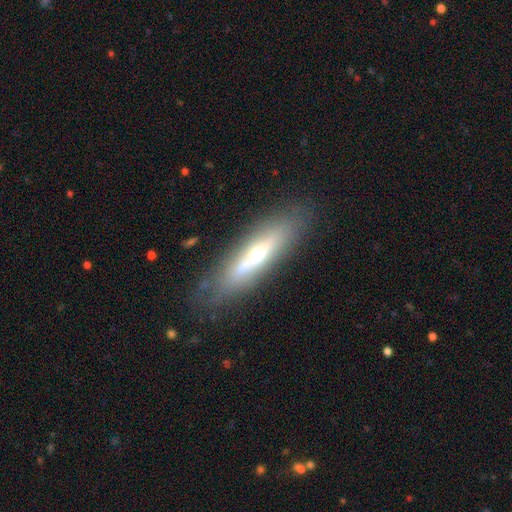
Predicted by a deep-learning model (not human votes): Smooth or featured? featured or disk (48%)
Merging? none (76%)